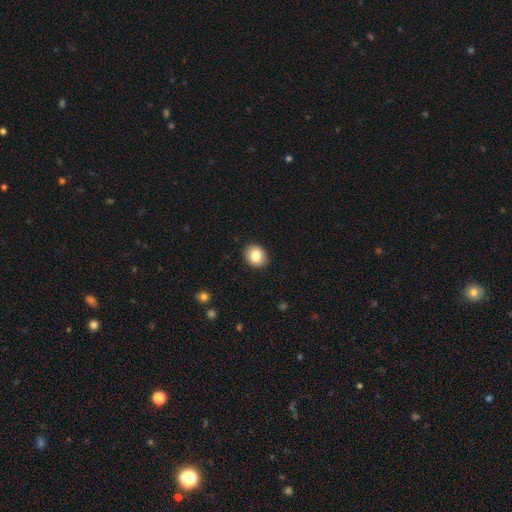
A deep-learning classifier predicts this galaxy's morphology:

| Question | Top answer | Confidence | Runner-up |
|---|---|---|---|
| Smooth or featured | smooth | 84% | star or artifact (9%) |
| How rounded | round | 61% | in between (38%) |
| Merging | none | 91% | minor disturbance (6%) |